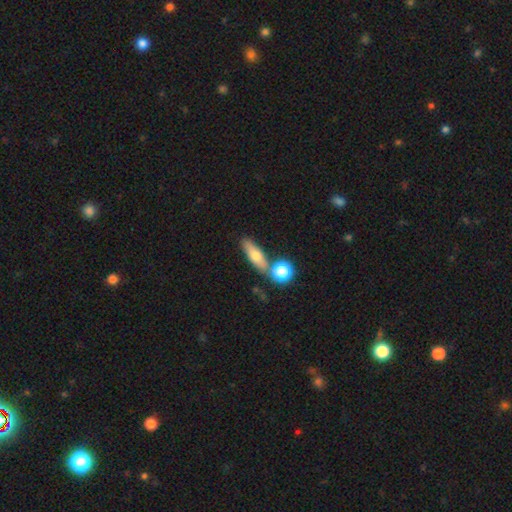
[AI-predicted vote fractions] The model was most divided on "how rounded": in between: 51%, cigar-shaped: 40%, round: 9%. More confident: smooth or featured — smooth (68%); merging — none (65%).